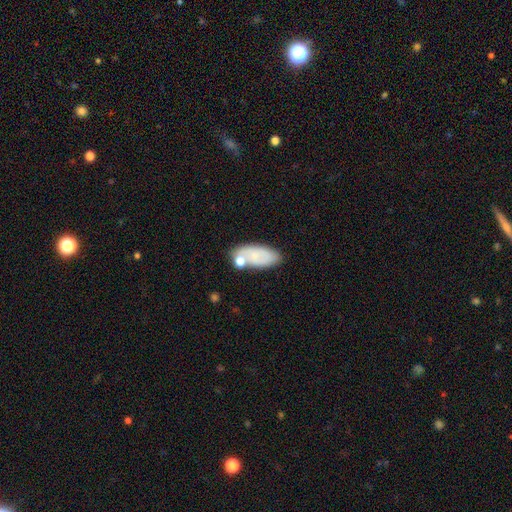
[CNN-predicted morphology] A smooth galaxy with no disk features (68%) that is in between round and cigar-shaped (90%). Merging: none (58%).